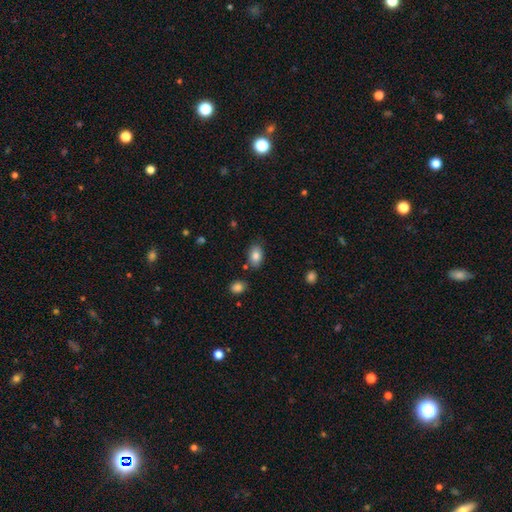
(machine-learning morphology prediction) A smooth galaxy with no disk features (84%) that is in between round and cigar-shaped (86%). Merging: none (78%).